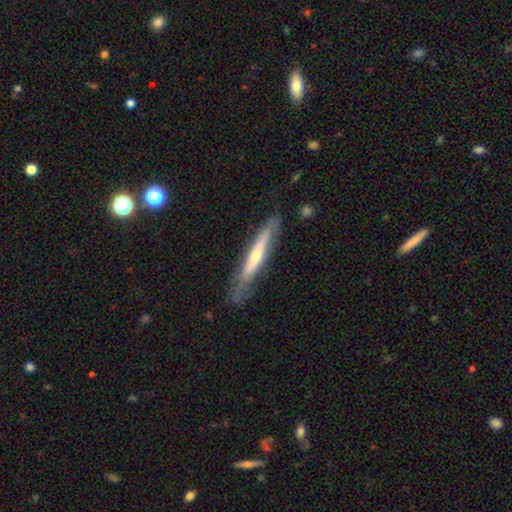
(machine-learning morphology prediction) The model was most divided on "smooth or featured": featured or disk: 55%, smooth: 39%, star or artifact: 5%. More confident: edge-on disk — yes (81%); merging — none (69%).